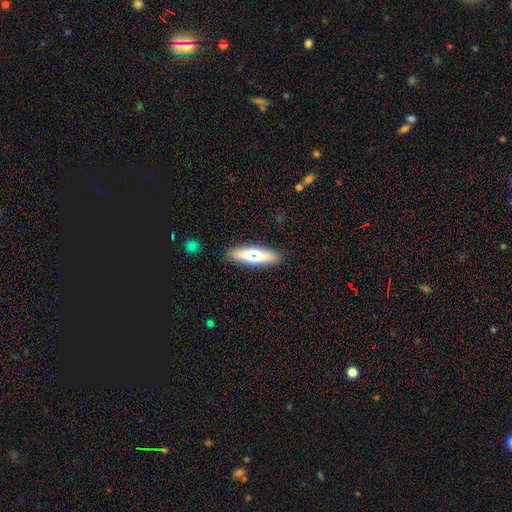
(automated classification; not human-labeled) Smooth or featured? Predicted: smooth (p=0.57). How rounded? Predicted: cigar-shaped (p=0.66). Merging? Predicted: none (p=0.87).